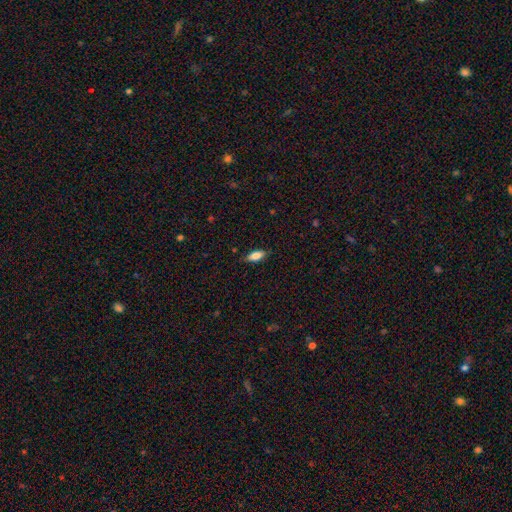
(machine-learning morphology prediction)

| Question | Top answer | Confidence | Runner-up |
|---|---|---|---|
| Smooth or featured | smooth | 80% | featured or disk (13%) |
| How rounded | in between | 82% | cigar-shaped (16%) |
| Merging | none | 83% | minor disturbance (13%) |